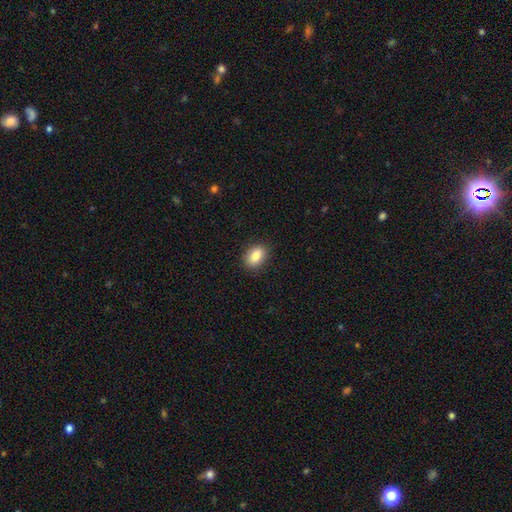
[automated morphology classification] smooth 84%, star or artifact 8%, featured or disk 7%. Down the decision tree: how rounded — in between (81%); merging — none (88%).